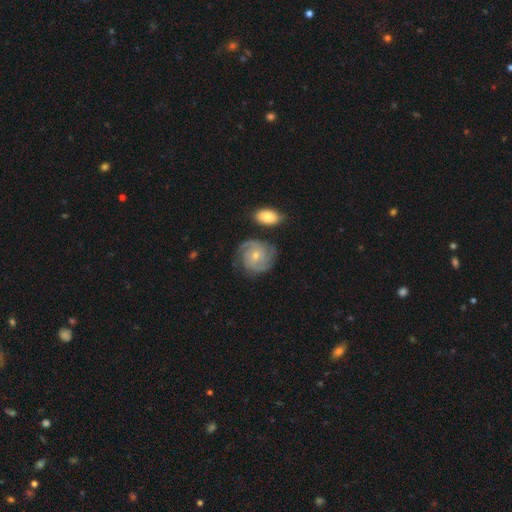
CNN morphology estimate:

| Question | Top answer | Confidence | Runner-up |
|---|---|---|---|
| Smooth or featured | featured or disk | 82% | smooth (12%) |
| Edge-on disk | no | 98% | yes (2%) |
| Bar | no | 70% | weak (25%) |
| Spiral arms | yes | 96% | no (4%) |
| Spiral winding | tight | 64% | medium (30%) |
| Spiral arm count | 2 | 40% | 3 (26%) |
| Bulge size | small | 64% | moderate (33%) |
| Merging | none | 71% | minor disturbance (17%) |